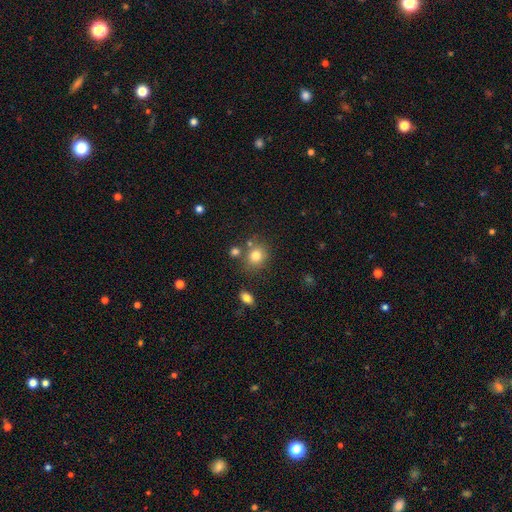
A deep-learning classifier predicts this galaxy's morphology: The model was most divided on "how rounded": round: 75%, in between: 24%, cigar-shaped: 1%. More confident: smooth or featured — smooth (79%); merging — none (71%).